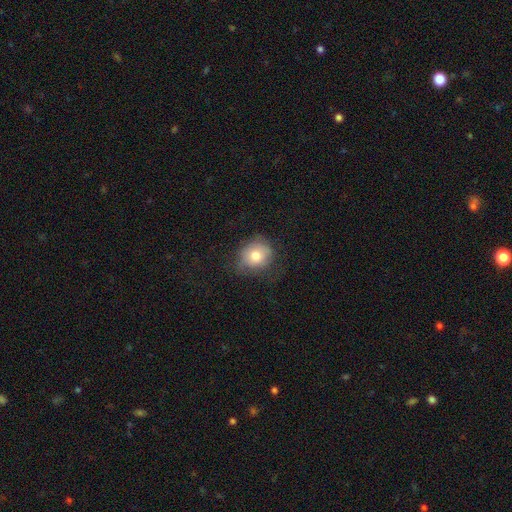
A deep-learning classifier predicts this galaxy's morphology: type=smooth (74%); roundness=round (74%); merging=none (61%).